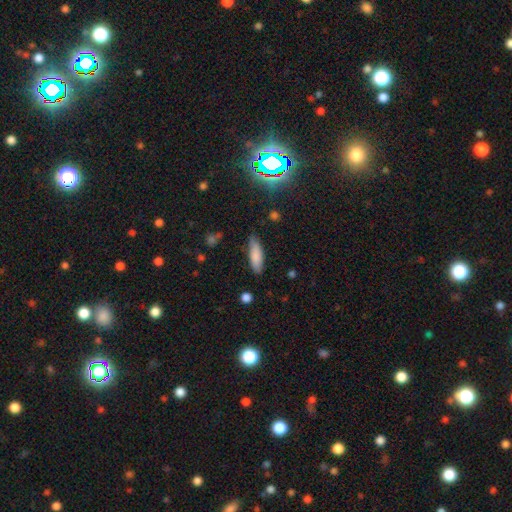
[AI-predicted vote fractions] A smooth galaxy with no disk features (82%) that is in between round and cigar-shaped (50%).

Vote fractions:
- Smooth or featured? smooth: 82% / featured or disk: 11% / star or artifact: 7%
- How rounded? in between: 50% / cigar-shaped: 48% / round: 2%
- Merging? none: 76% / minor disturbance: 18% / major disturbance: 4% / merger: 2%